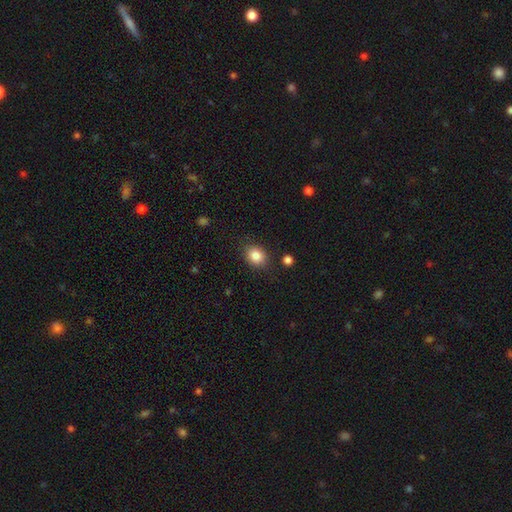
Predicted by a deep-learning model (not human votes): Overall: smooth (85%). How rounded: round (52%; in between 47%). Merging: none (85%).